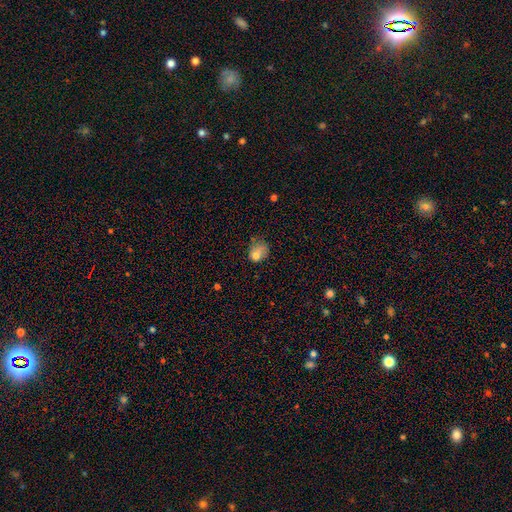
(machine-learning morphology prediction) This is likely a smooth galaxy (74%). How rounded: possibly in between (52%). Merging: marginally minor disturbance (35%).